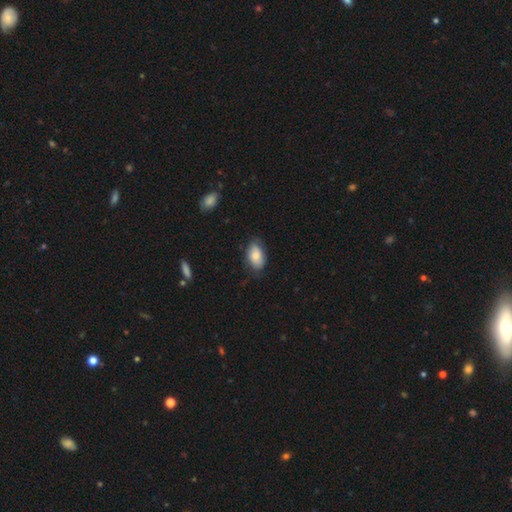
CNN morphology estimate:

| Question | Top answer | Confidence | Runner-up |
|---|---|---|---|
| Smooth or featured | smooth | 79% | featured or disk (14%) |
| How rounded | in between | 91% | round (7%) |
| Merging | none | 69% | minor disturbance (25%) |